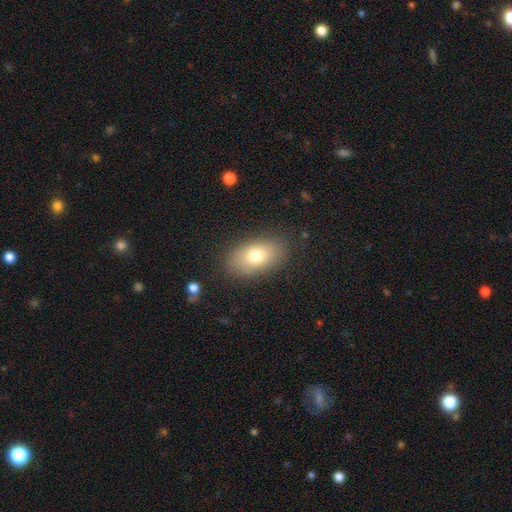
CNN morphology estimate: smooth-or-featured: smooth: 76% | featured or disk: 15% | star or artifact: 8%
  how-rounded: in between: 90% | round: 8% | cigar-shaped: 2%
  merging: none: 84% | minor disturbance: 11% | major disturbance: 4% | merger: 1%